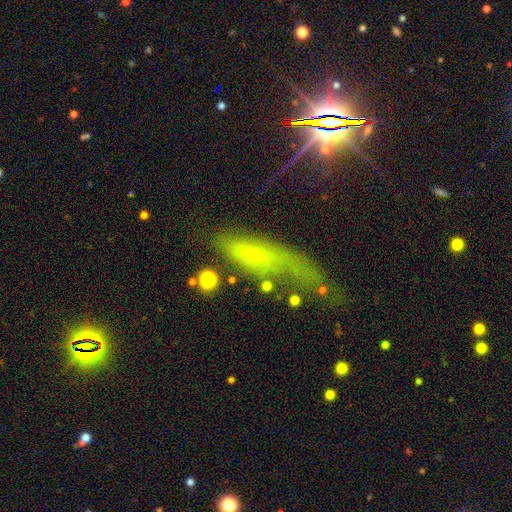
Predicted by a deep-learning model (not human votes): Q: Smooth or featured?
A: smooth (47%); runner-up: featured or disk (34%)
Q: Merging?
A: none (38%); runner-up: minor disturbance (28%)